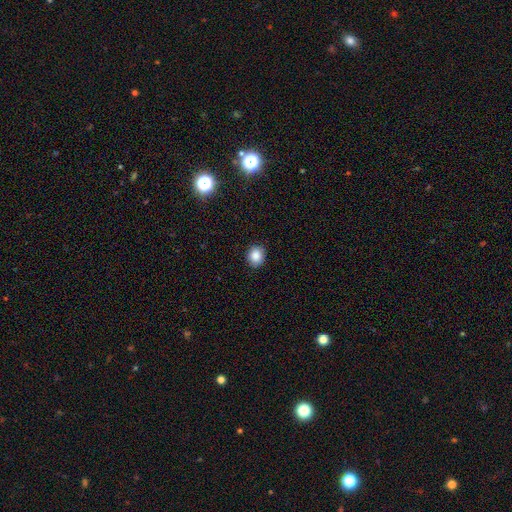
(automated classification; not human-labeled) A smooth galaxy with no disk features (86%) that is round (77%). Merging: none (87%).